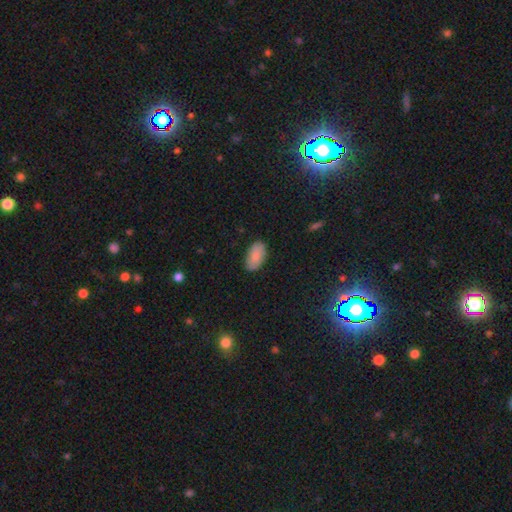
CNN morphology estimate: Smooth or featured? smooth (82%)
How rounded? in between (94%)
Merging? none (85%)